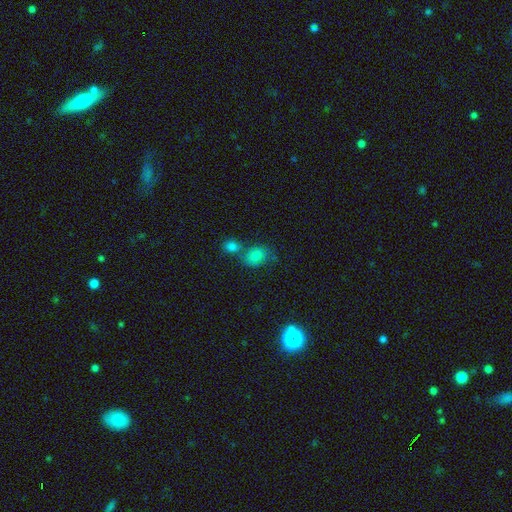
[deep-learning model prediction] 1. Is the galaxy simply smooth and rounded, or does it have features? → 76% smooth, 13% star or artifact, 11% featured or disk.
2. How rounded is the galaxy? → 55% in between, 44% round, 1% cigar-shaped.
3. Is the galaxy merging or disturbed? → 48% none, 35% merger, 13% minor disturbance, 5% major disturbance.